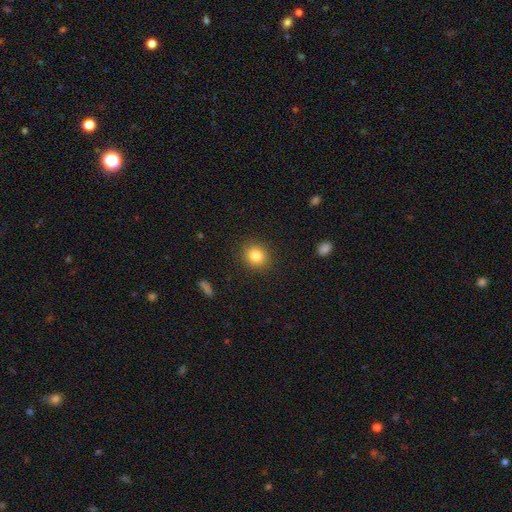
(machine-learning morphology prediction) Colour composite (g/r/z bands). It shows a smooth galaxy with no disk features (83%) that is round (82%). Merging: none (89%).